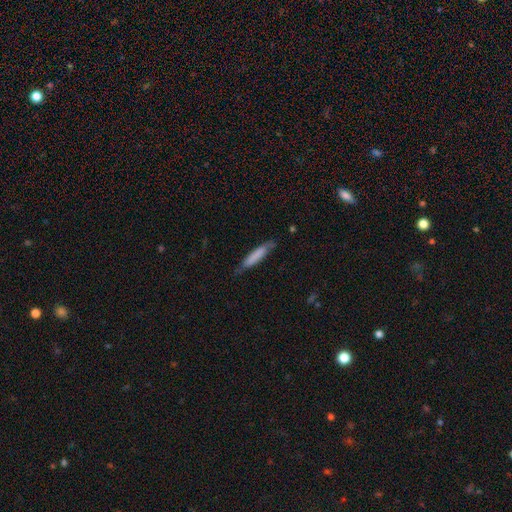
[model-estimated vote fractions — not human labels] A smooth galaxy with no disk features (73%) that is cigar-shaped (90%).

Vote fractions:
- Smooth or featured? smooth: 73% / featured or disk: 21% / star or artifact: 6%
- How rounded? cigar-shaped: 90% / in between: 9% / round: 1%
- Merging? none: 71% / minor disturbance: 23% / major disturbance: 4% / merger: 2%